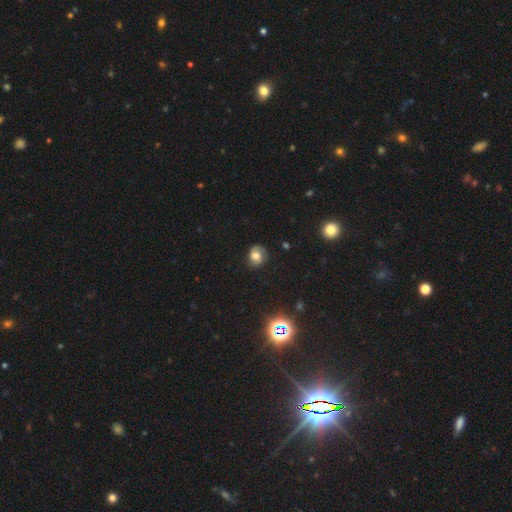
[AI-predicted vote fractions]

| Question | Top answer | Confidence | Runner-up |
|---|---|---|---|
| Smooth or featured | smooth | 59% | featured or disk (28%) |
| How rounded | round | 70% | in between (29%) |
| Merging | none | 77% | minor disturbance (17%) |